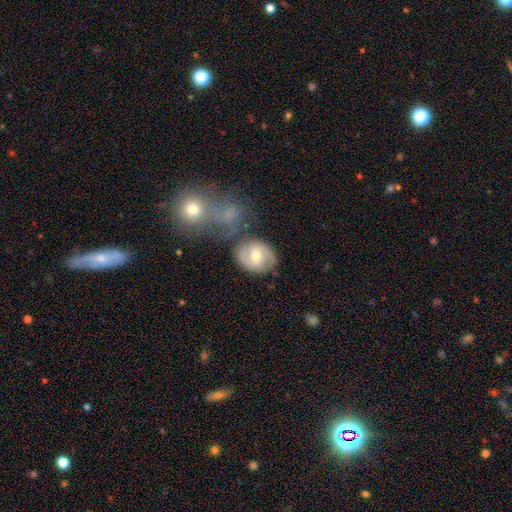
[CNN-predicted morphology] Smooth or featured? Predicted: featured or disk (p=0.53). Edge-on disk? Predicted: no (p=0.96). Bar? Predicted: weak (p=0.47). Spiral arms? Predicted: yes (p=0.75). Bulge size? Predicted: moderate (p=0.66). Merging? Predicted: none (p=0.67).